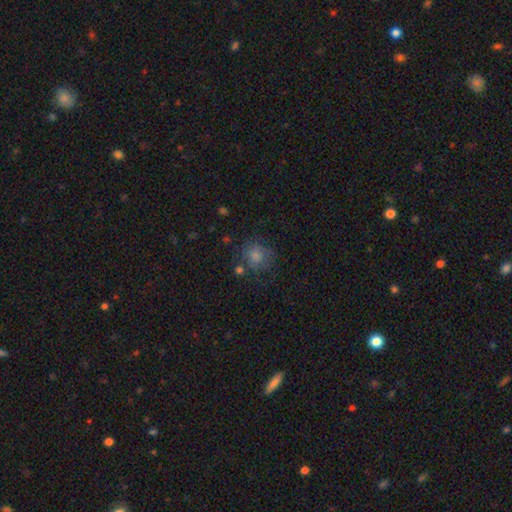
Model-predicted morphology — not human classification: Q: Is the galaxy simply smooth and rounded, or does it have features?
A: smooth — 67%.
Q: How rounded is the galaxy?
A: round — 84%.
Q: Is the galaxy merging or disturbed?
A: none — 70%.